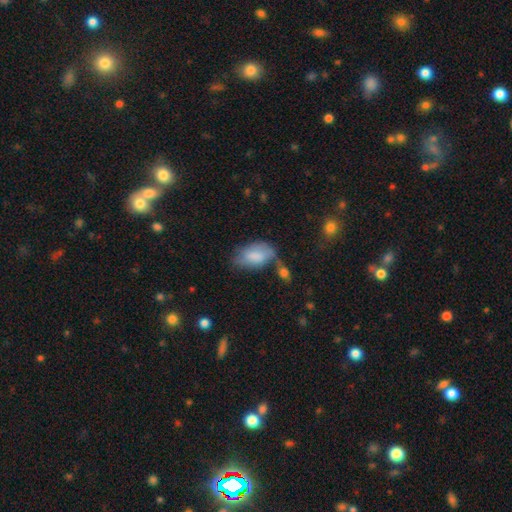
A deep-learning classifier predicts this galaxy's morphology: Smooth or featured? Predicted: smooth (p=0.76). How rounded? Predicted: in between (p=0.93). Merging? Predicted: none (p=0.40).